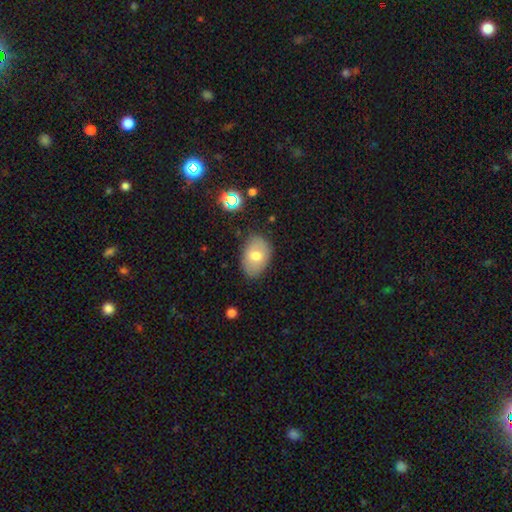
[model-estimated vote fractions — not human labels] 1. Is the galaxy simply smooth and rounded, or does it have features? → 70% smooth, 21% featured or disk, 9% star or artifact.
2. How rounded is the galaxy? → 86% in between, 13% round, 1% cigar-shaped.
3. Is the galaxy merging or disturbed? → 79% none, 16% minor disturbance, 3% major disturbance, 2% merger.